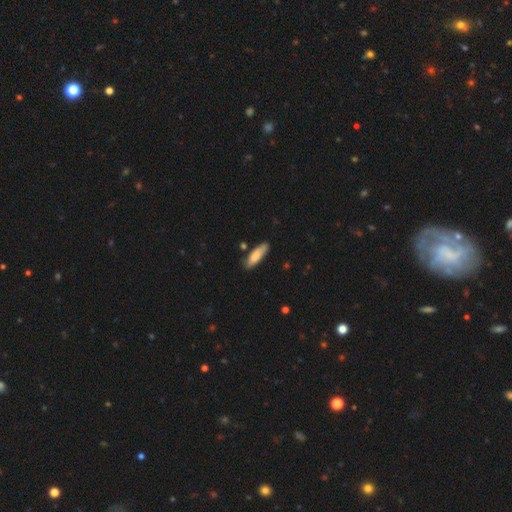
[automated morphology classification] The model was most divided on "how rounded": in between: 52%, cigar-shaped: 46%, round: 2%. More confident: smooth or featured — smooth (81%); merging — none (75%).